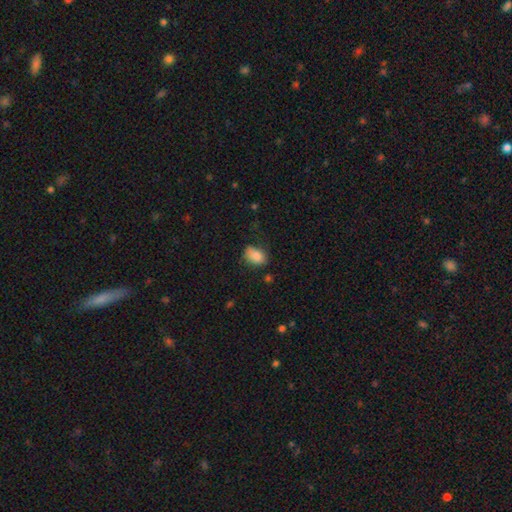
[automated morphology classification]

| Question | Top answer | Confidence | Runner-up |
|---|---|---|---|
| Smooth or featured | smooth | 86% | star or artifact (8%) |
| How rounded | in between | 85% | round (14%) |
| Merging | none | 68% | minor disturbance (24%) |